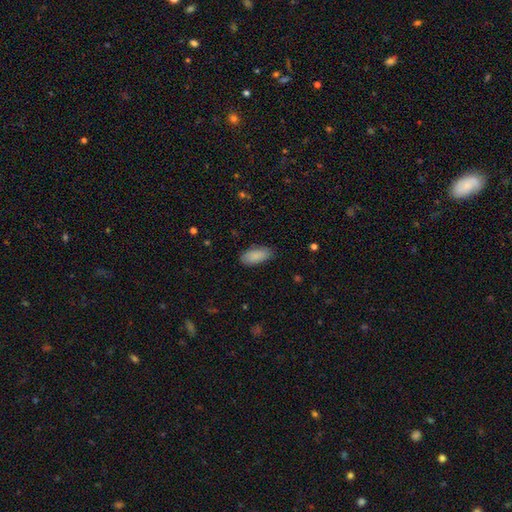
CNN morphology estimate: Q: Smooth or featured?
A: smooth (88%); runner-up: star or artifact (6%)
Q: How rounded?
A: in between (90%); runner-up: cigar-shaped (9%)
Q: Merging?
A: none (82%); runner-up: minor disturbance (15%)